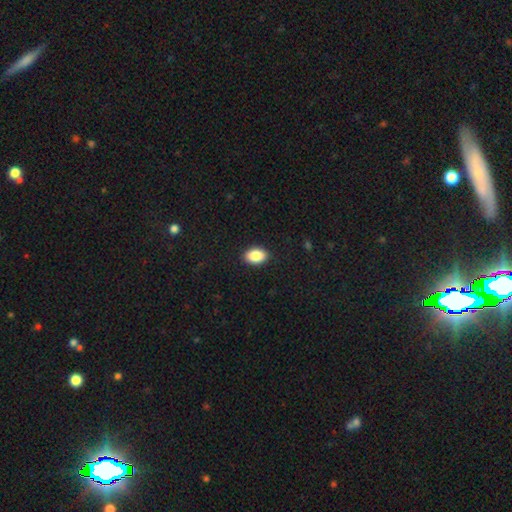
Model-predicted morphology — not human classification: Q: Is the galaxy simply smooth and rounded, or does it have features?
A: smooth — 88%.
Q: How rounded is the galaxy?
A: in between — 88%.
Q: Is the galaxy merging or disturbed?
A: none — 90%.